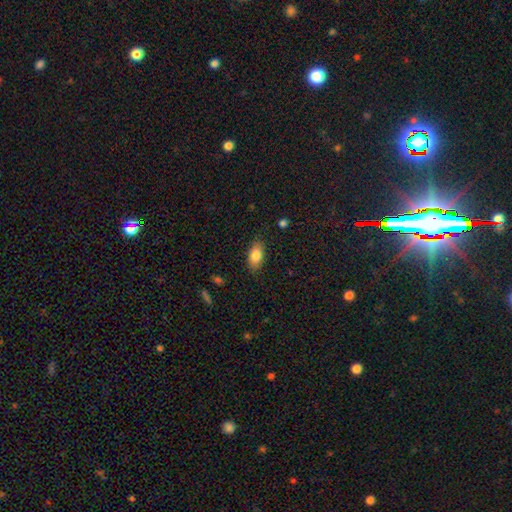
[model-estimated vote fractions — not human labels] Smooth or featured? smooth (83%)
How rounded? in between (89%)
Merging? none (83%)